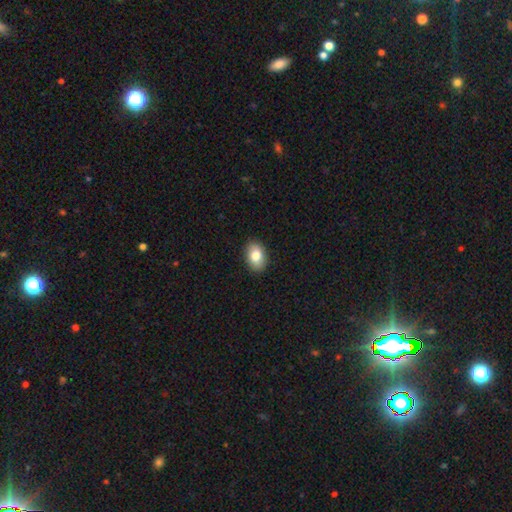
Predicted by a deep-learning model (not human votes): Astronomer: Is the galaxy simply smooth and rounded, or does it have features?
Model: smooth — 81%.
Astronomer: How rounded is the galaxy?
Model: in between — 85%.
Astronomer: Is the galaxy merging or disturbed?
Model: none — 89%.